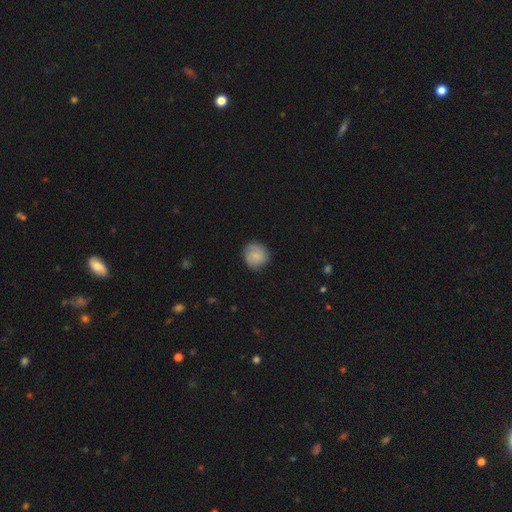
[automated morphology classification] Smooth or featured? Predicted: smooth (p=0.61). How rounded? Predicted: round (p=0.89). Merging? Predicted: none (p=0.81).